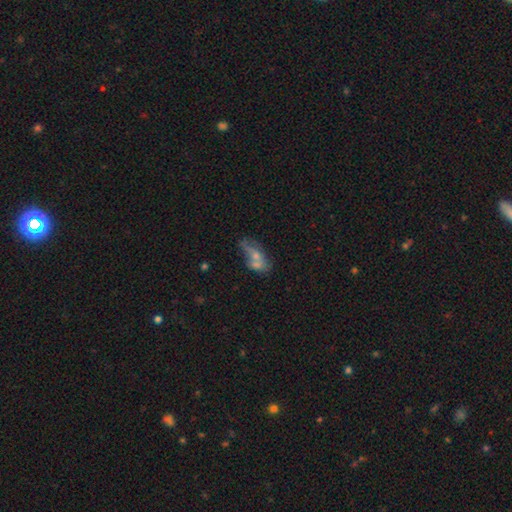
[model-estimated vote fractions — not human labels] Smooth or featured: smooth — 46% (featured or disk — 39%)
Merging: none — 35% (merger — 33%)